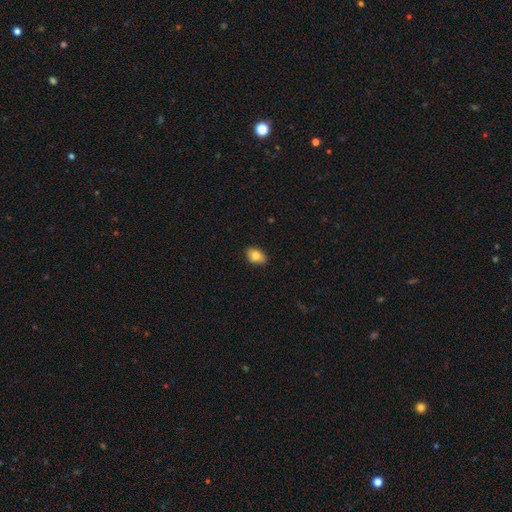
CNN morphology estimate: Smooth or featured?
  - smooth: 79% *
  - featured or disk: 12%
  - star or artifact: 8%
How rounded?
  - in between: 80% *
  - round: 18%
  - cigar-shaped: 1%
Merging?
  - none: 83% *
  - minor disturbance: 14%
  - major disturbance: 2%
  - merger: 1%